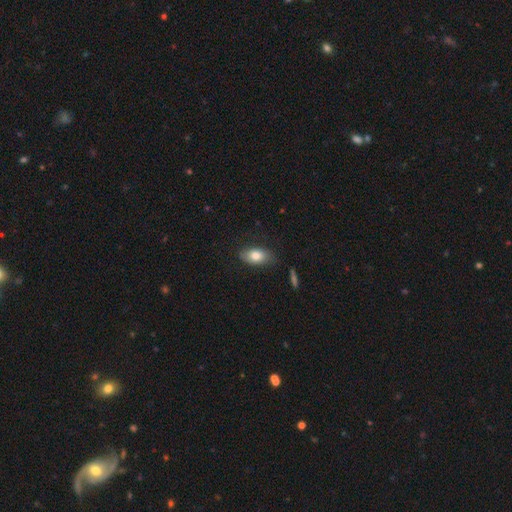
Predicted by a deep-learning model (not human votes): This is likely a smooth galaxy (79%). How rounded: clearly in between (89%). Merging: likely none (78%).